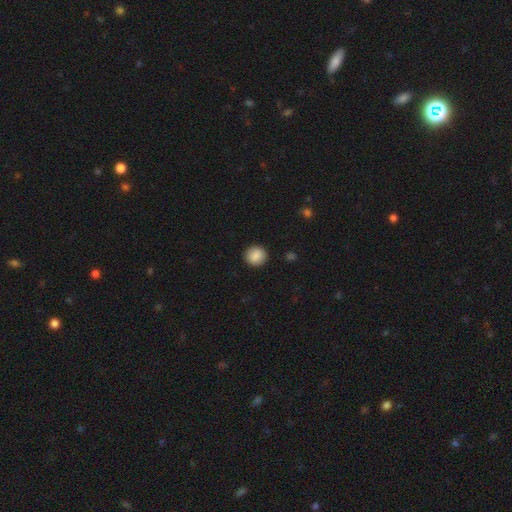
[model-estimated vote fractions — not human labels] A smooth galaxy with no disk features (89%) that is round (92%).

Vote fractions:
- Smooth or featured? smooth: 89% / star or artifact: 8% / featured or disk: 4%
- How rounded? round: 92% / in between: 7% / cigar-shaped: 1%
- Merging? none: 91% / minor disturbance: 6% / major disturbance: 2% / merger: 1%